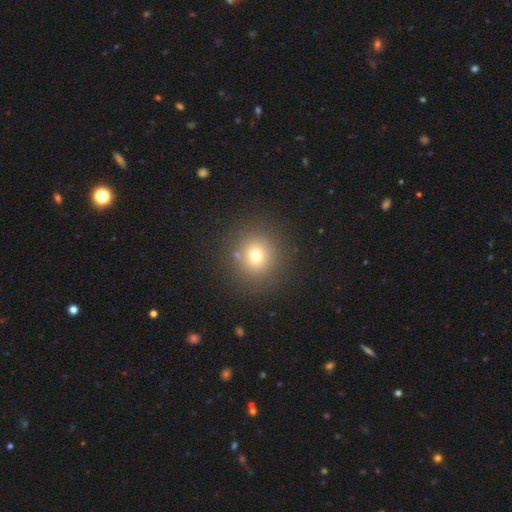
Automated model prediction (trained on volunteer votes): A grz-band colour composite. It shows a smooth galaxy with no disk features (71%) that is round (90%). Merging: none (85%).